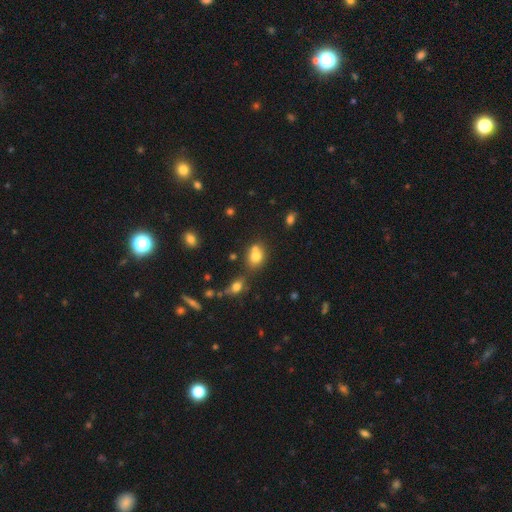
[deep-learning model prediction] smooth-or-featured: smooth: 75% | featured or disk: 13% | star or artifact: 12%
  how-rounded: round: 53% | in between: 46% | cigar-shaped: 1%
  merging: none: 42% | merger: 41% | minor disturbance: 13% | major disturbance: 5%